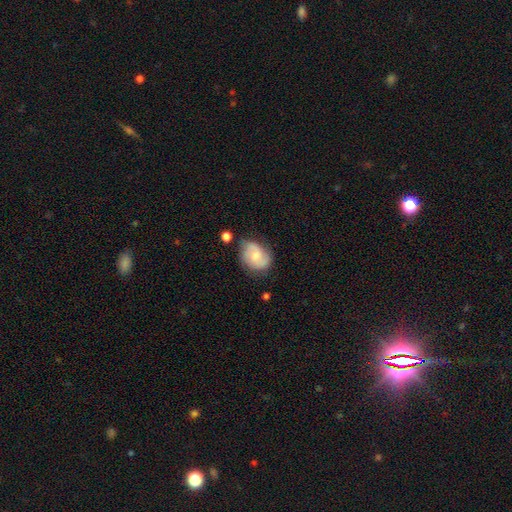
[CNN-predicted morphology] Smooth or featured? Predicted: featured or disk (p=0.61). Edge-on disk? Predicted: no (p=0.98). Bar? Predicted: no (p=0.53). Spiral arms? Predicted: yes (p=0.91). Spiral winding? Predicted: medium (p=0.47). Spiral arm count? Predicted: 2 (p=0.77). Bulge size? Predicted: small (p=0.46). Merging? Predicted: none (p=0.68).